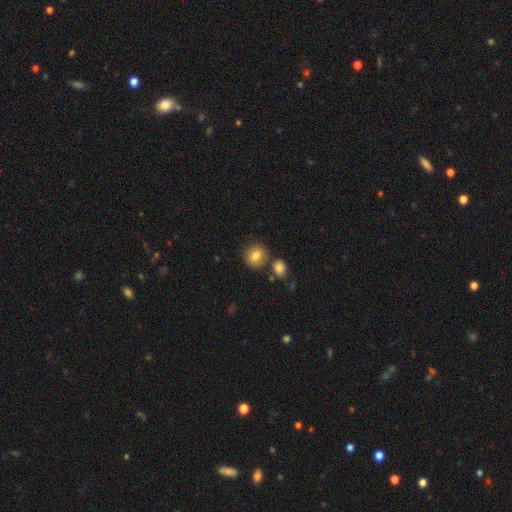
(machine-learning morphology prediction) smooth_or_featured: smooth (p=0.81) [alt: featured or disk p=0.10]
how_rounded: round (p=0.82) [alt: in between p=0.17]
merging: none (p=0.75) [alt: merger p=0.12]